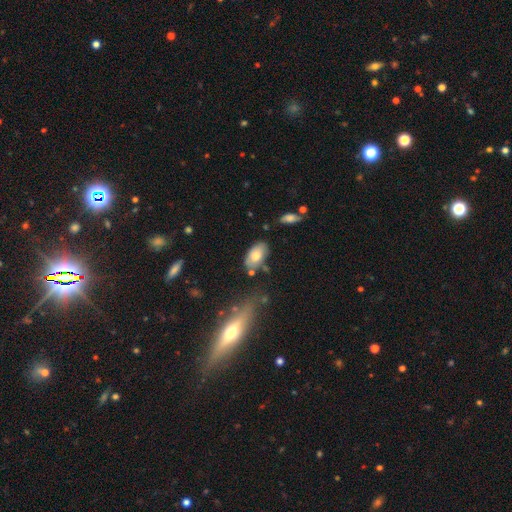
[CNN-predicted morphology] smooth-or-featured: smooth: 74% | featured or disk: 19% | star or artifact: 7%
  how-rounded: in between: 94% | round: 4% | cigar-shaped: 2%
  merging: none: 69% | minor disturbance: 19% | merger: 7% | major disturbance: 5%